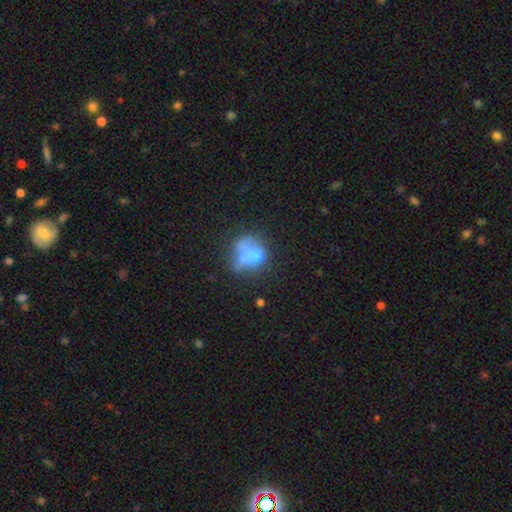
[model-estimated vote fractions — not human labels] Morphology: type=smooth (52%); roundness=round (54%); merging=none (31%).